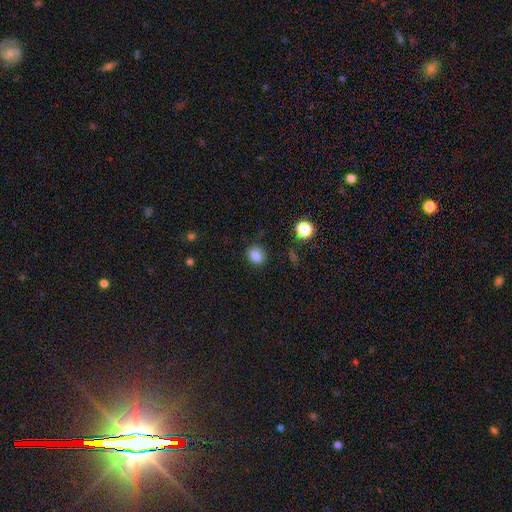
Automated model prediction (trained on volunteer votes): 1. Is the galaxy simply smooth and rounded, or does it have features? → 84% smooth, 12% star or artifact, 4% featured or disk.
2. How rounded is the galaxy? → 69% round, 30% in between, 1% cigar-shaped.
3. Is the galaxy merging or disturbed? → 87% none, 9% minor disturbance, 3% major disturbance, 2% merger.